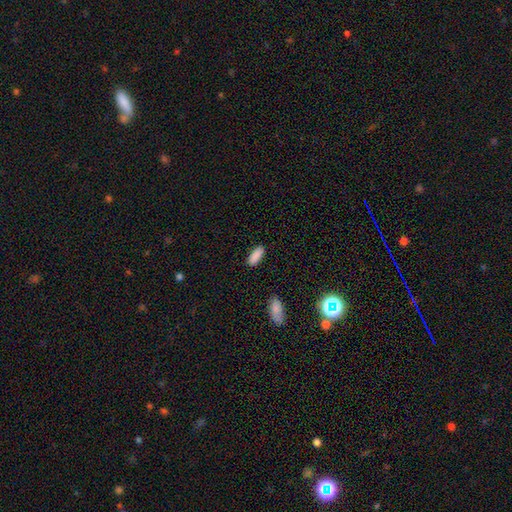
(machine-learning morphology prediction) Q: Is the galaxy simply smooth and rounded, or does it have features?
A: smooth — 89%.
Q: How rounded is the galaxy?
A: in between — 70%.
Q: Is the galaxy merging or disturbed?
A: none — 86%.